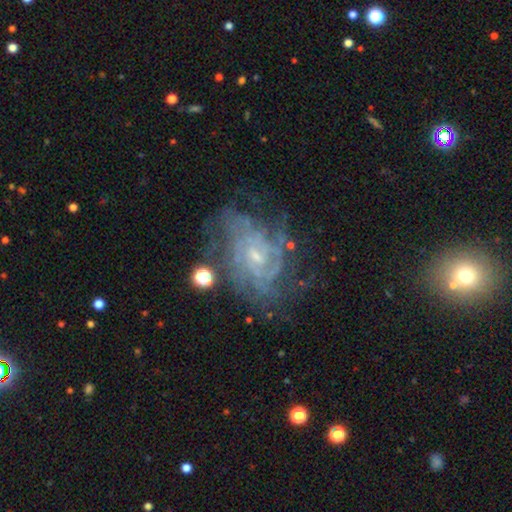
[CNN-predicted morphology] Overall: featured or disk (85%). Edge-on disk: no (97%). Bar: no (47%; weak 44%). Spiral arms: yes (94%). Spiral arm count: can't tell (40%; 4 17%). Spiral winding: tight (62%; medium 30%). Bulge size: small (72%). Merging: none (61%; minor disturbance 21%).